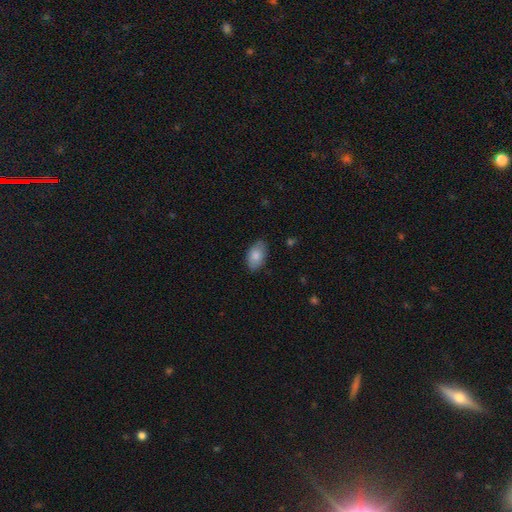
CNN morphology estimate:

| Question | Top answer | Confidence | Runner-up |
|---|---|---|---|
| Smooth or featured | smooth | 83% | featured or disk (10%) |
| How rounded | in between | 93% | round (6%) |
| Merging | none | 82% | minor disturbance (15%) |